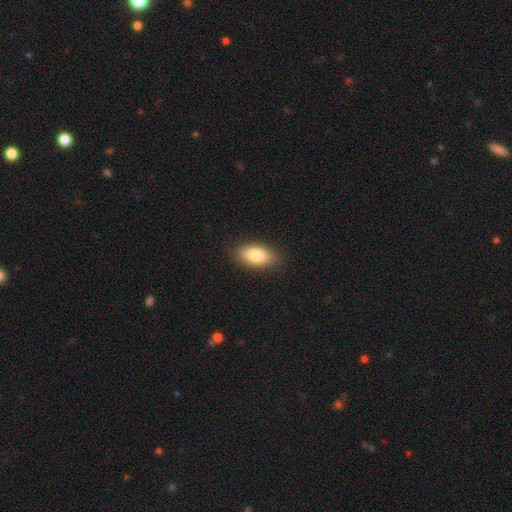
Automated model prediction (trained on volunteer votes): Smooth or featured: smooth — 81% (featured or disk — 12%)
How rounded: in between — 90% (round — 5%)
Merging: none — 85% (minor disturbance — 11%)